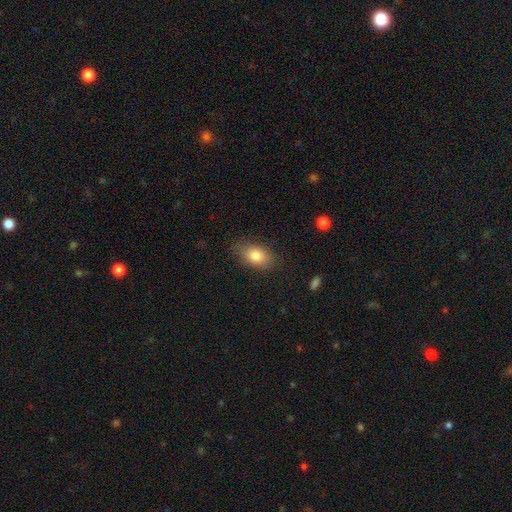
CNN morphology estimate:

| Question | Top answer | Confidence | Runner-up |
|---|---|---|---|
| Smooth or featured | smooth | 82% | featured or disk (9%) |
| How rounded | in between | 85% | round (13%) |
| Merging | none | 79% | minor disturbance (16%) |